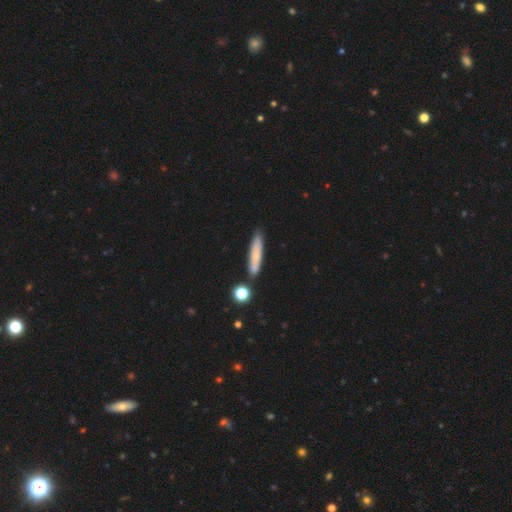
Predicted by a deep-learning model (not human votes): A smooth galaxy with no disk features (65%) that is cigar-shaped (86%). Merging: none (80%).